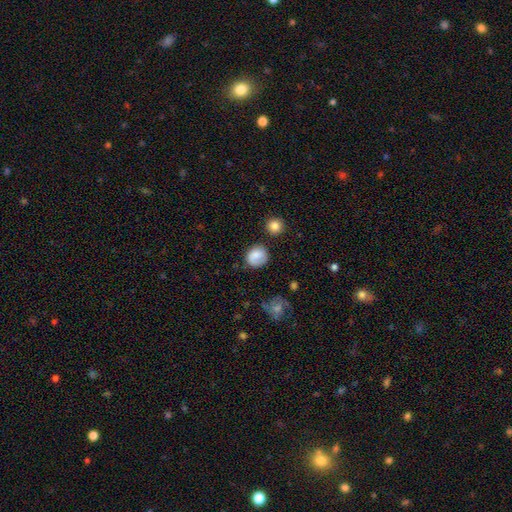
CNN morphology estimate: The model was most divided on "merging": none: 71%, minor disturbance: 19%, major disturbance: 7%, merger: 3%. More confident: smooth or featured — smooth (79%); how rounded — round (77%).